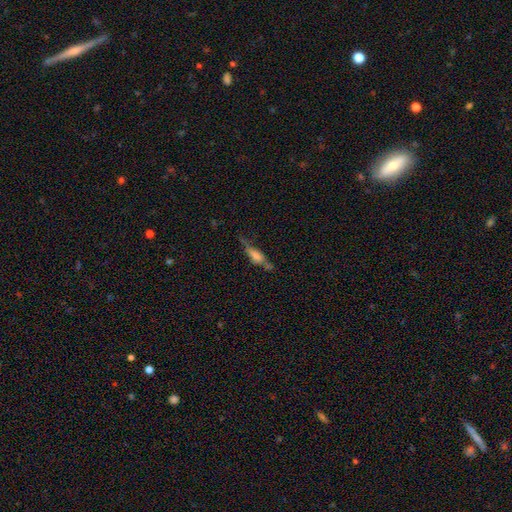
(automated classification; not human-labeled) The model was most divided on "smooth or featured": featured or disk: 48%, smooth: 40%, star or artifact: 12%. Remaining: merging — none (49%).